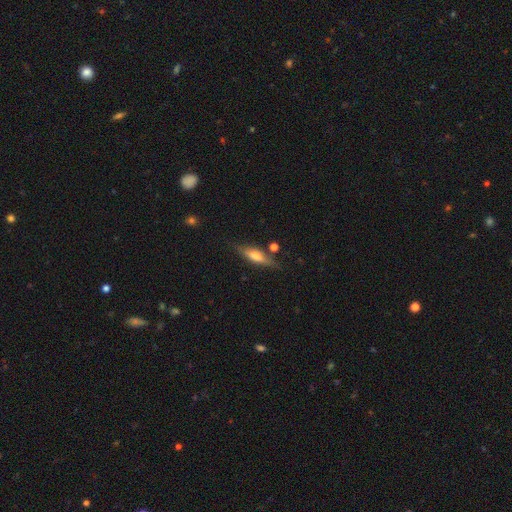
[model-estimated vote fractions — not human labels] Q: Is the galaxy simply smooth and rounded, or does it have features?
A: featured or disk — 54%.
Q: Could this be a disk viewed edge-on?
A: yes — 92%.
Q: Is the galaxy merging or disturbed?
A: none — 78%.